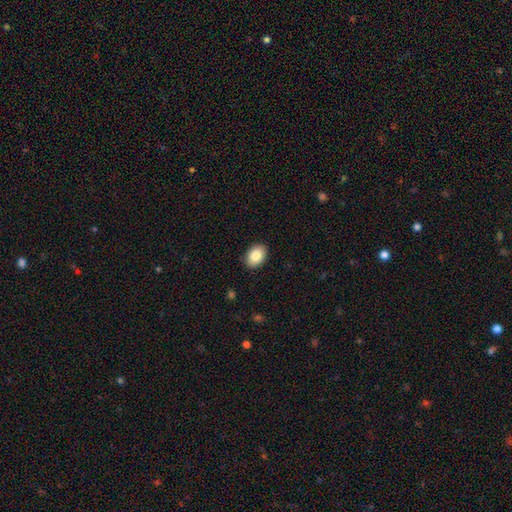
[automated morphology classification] Smooth or featured: smooth — 85% (featured or disk — 8%)
How rounded: in between — 83% (round — 16%)
Merging: none — 89% (minor disturbance — 8%)